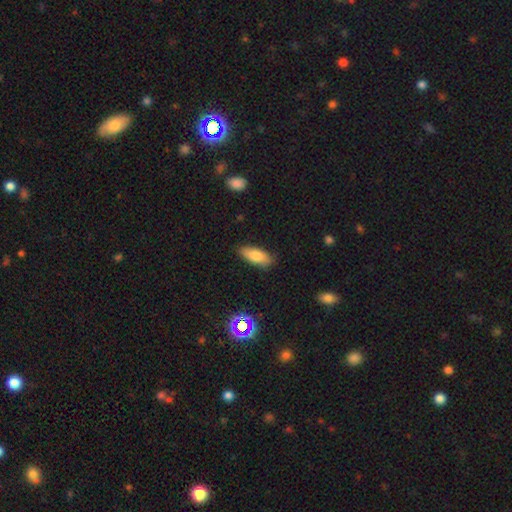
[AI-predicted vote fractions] Overall: smooth (78%). How rounded: in between (79%). Merging: none (84%).